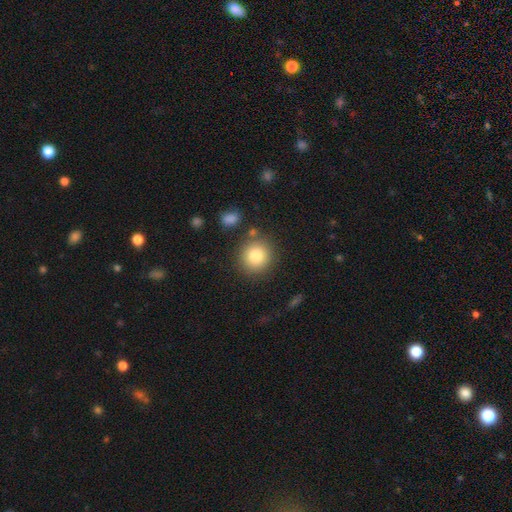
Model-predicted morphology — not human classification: This is clearly a smooth galaxy (82%). How rounded: clearly round (90%). Merging: clearly none (82%).